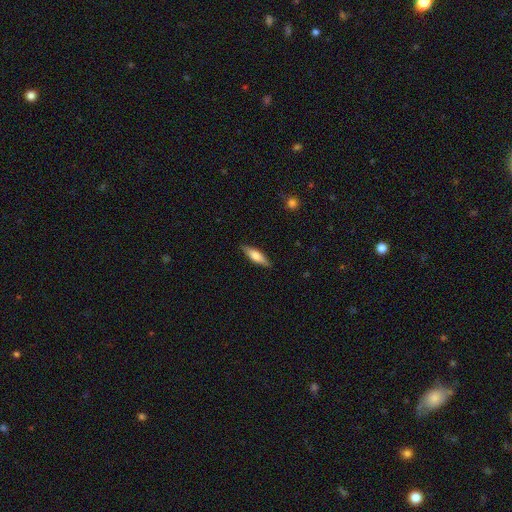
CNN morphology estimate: Smooth or featured?
  - smooth: 63% *
  - featured or disk: 32%
  - star or artifact: 6%
How rounded?
  - cigar-shaped: 58% *
  - in between: 40%
  - round: 2%
Merging?
  - none: 87% *
  - minor disturbance: 10%
  - major disturbance: 2%
  - merger: 1%